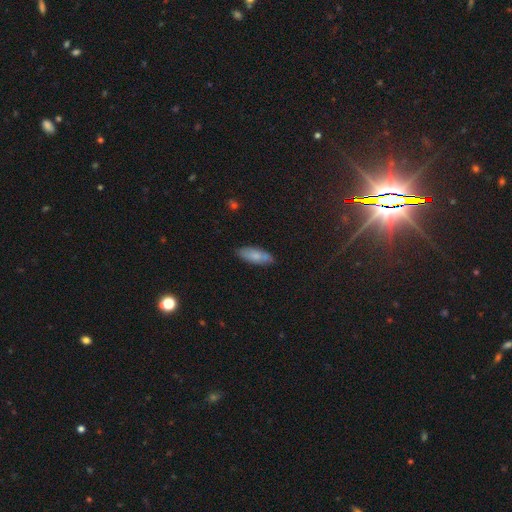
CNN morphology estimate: Smooth or featured: smooth — 78% (featured or disk — 15%)
How rounded: in between — 75% (cigar-shaped — 23%)
Merging: none — 76% (minor disturbance — 18%)